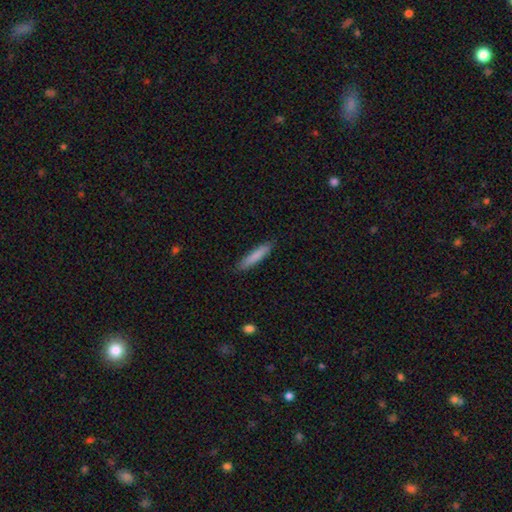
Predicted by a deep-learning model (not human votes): A smooth galaxy with no disk features (82%) that is cigar-shaped (90%). Merging: none (88%).